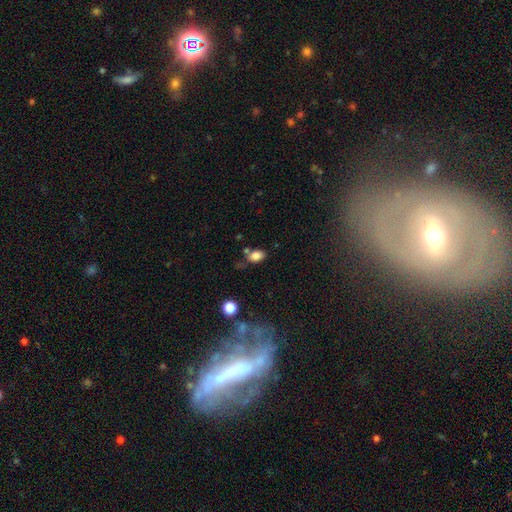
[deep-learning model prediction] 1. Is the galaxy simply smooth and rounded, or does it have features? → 83% smooth, 11% star or artifact, 6% featured or disk.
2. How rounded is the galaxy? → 85% in between, 13% round, 2% cigar-shaped.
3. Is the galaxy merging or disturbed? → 61% none, 19% minor disturbance, 13% merger, 6% major disturbance.